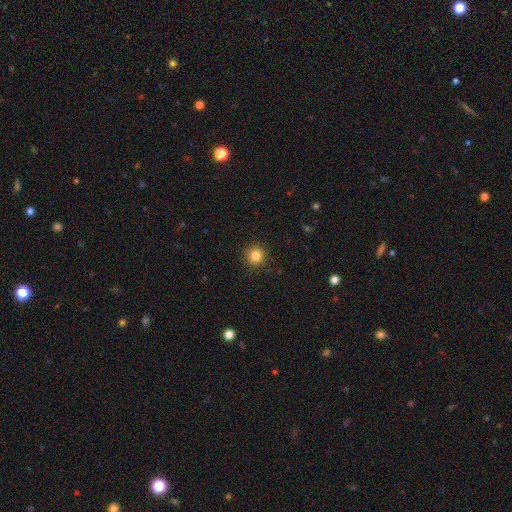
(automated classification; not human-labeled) Smooth or featured? Predicted: smooth (p=0.84). How rounded? Predicted: round (p=0.94). Merging? Predicted: none (p=0.91).